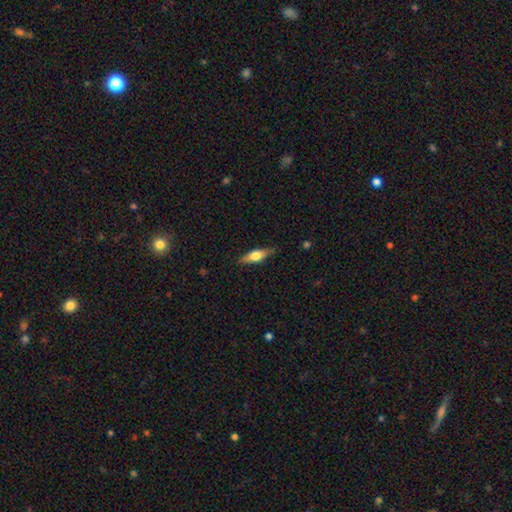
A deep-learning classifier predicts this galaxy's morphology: This is possibly a featured or disk galaxy (49%). Merging: clearly none (84%).